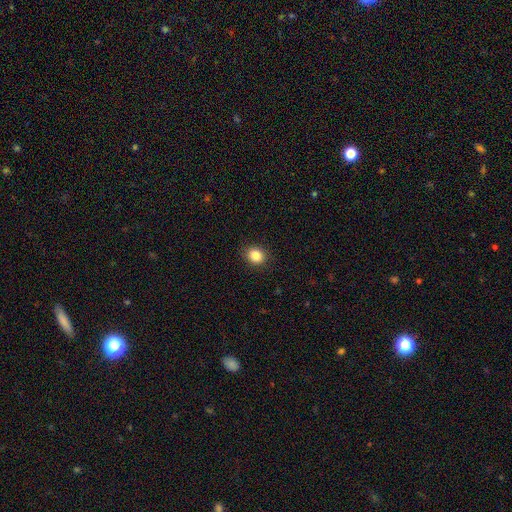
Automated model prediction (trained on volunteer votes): A smooth galaxy with no disk features (85%) that is round (69%).

Vote fractions:
- Smooth or featured? smooth: 85% / star or artifact: 10% / featured or disk: 5%
- How rounded? round: 69% / in between: 30% / cigar-shaped: 1%
- Merging? none: 89% / minor disturbance: 8% / major disturbance: 2% / merger: 1%